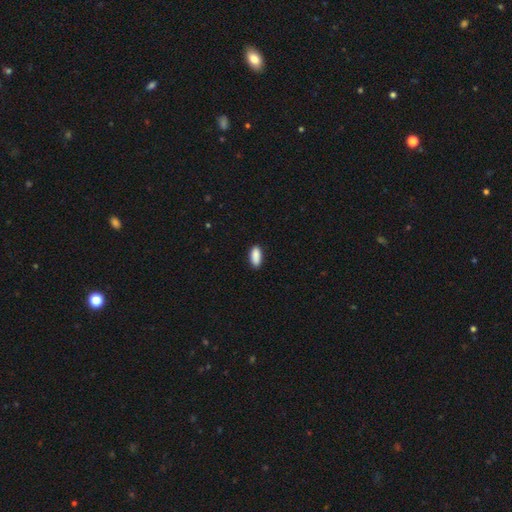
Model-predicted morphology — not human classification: A smooth galaxy with no disk features (90%) that is in between round and cigar-shaped (80%). Merging: none (86%).